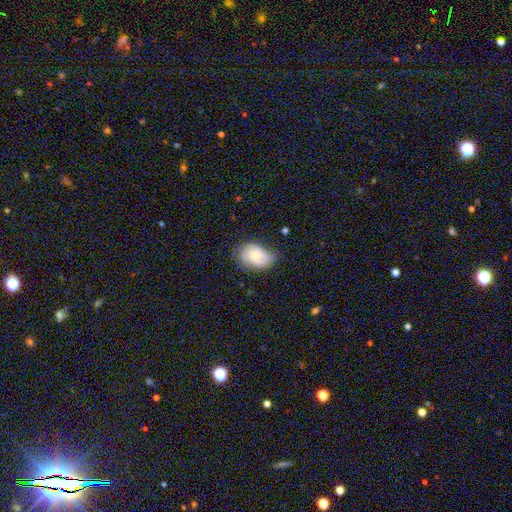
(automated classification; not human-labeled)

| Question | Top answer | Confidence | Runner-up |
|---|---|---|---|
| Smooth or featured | smooth | 54% | featured or disk (38%) |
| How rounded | in between | 78% | round (21%) |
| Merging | none | 57% | minor disturbance (32%) |